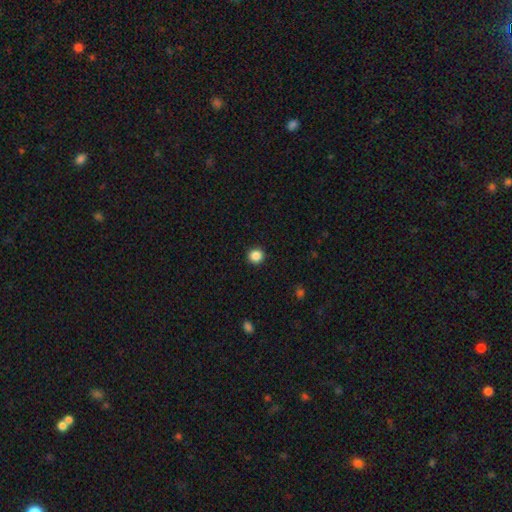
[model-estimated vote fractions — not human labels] The model was most divided on "smooth or featured": smooth: 87%, star or artifact: 10%, featured or disk: 3%. More confident: how rounded — round (94%); merging — none (93%).